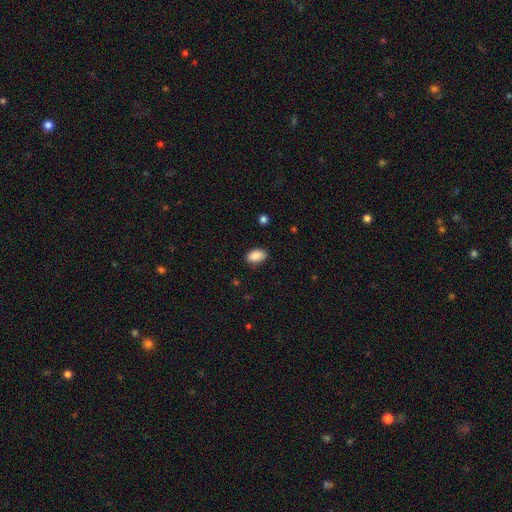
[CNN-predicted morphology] A smooth galaxy with no disk features (89%) that is in between round and cigar-shaped (91%). Merging: none (85%).